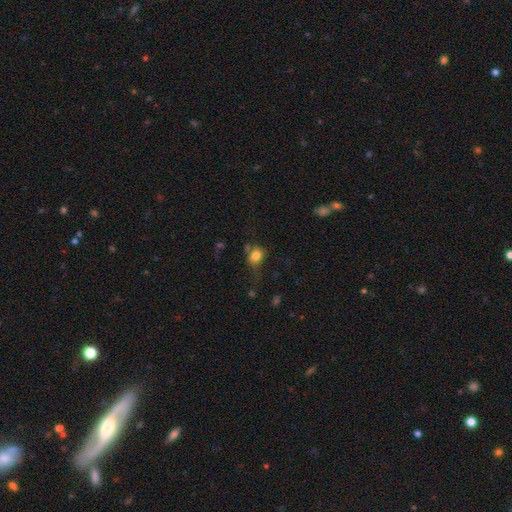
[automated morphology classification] This is likely a smooth galaxy (80%). How rounded: likely round (60%). Merging: possibly none (49%).